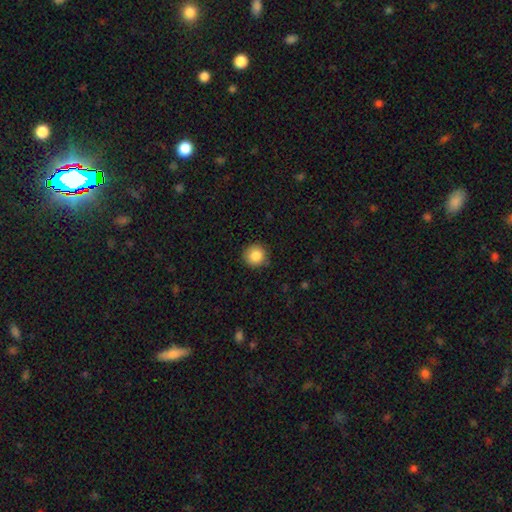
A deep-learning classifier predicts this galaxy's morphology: Smooth or featured?
  - smooth: 86% *
  - star or artifact: 9%
  - featured or disk: 5%
How rounded?
  - round: 94% *
  - in between: 6%
  - cigar-shaped: 1%
Merging?
  - none: 87% *
  - minor disturbance: 10%
  - major disturbance: 2%
  - merger: 1%